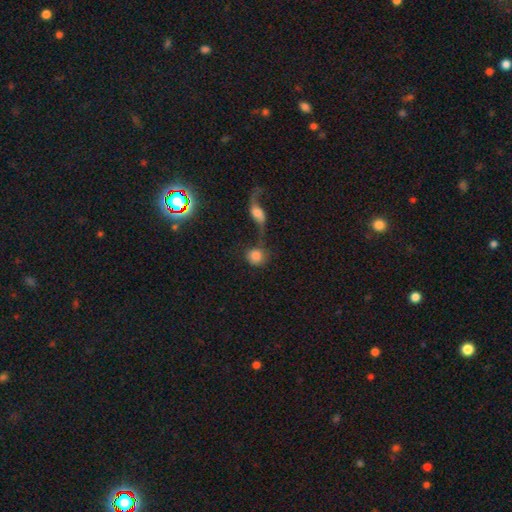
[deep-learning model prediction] A smooth galaxy with no disk features (78%) that is round (85%).

Vote fractions:
- Smooth or featured? smooth: 78% / featured or disk: 13% / star or artifact: 9%
- How rounded? round: 85% / in between: 14% / cigar-shaped: 2%
- Merging? none: 40% / merger: 39% / minor disturbance: 11% / major disturbance: 10%